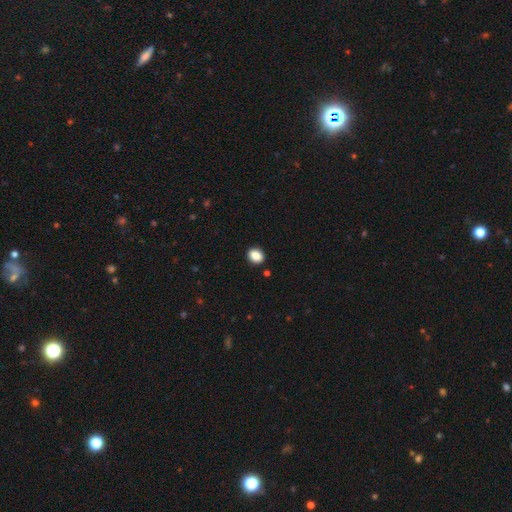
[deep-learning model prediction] A smooth galaxy with no disk features (88%) that is in between round and cigar-shaped (56%). Merging: none (90%).